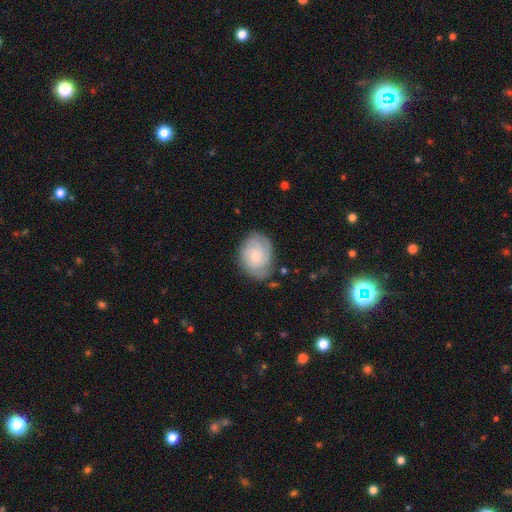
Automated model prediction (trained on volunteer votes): A featured or disk galaxy (57%) with no bar (75%), spiral arms (89%) and a small central bulge (65%).

Vote fractions:
- Smooth or featured? featured or disk: 57% / smooth: 36% / star or artifact: 7%
- Edge-on disk? no: 97% / yes: 3%
- Bar? no: 75% / weak: 22% / strong: 3%
- Spiral arms? yes: 89% / no: 11%
- Bulge size? small: 65% / moderate: 30% / none: 3% / large: 2% / dominant: 1%
- Merging? none: 72% / minor disturbance: 20% / major disturbance: 6% / merger: 2%